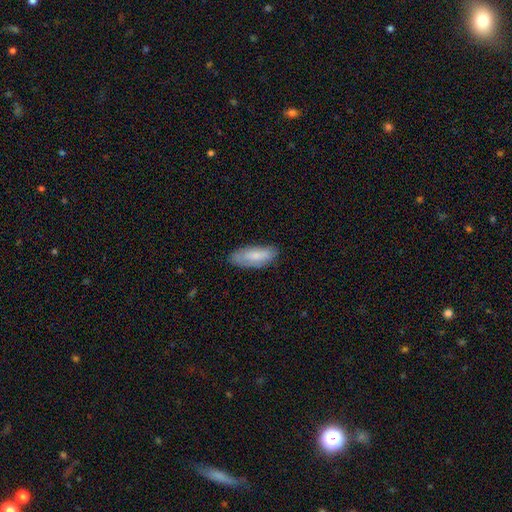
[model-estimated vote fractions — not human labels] Overall: smooth (75%). How rounded: in between (71%). Merging: none (78%).